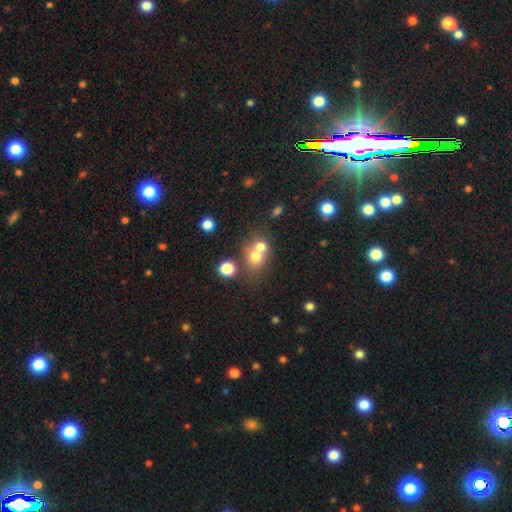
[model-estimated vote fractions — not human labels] This appears to be a smooth galaxy with no disk features (69%) that is round (70%). Merging: merger (58%).